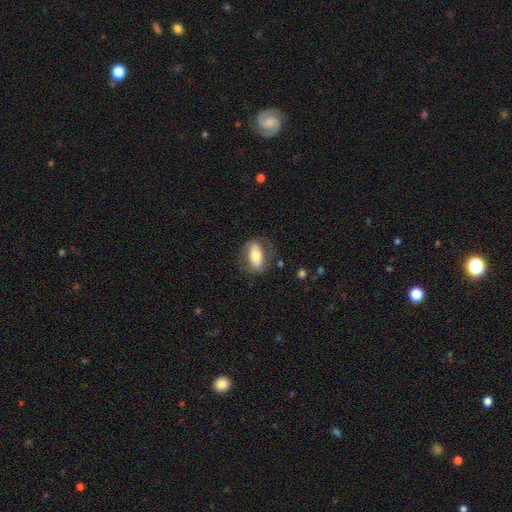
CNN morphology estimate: Smooth or featured? Predicted: smooth (p=0.60). How rounded? Predicted: in between (p=0.88). Merging? Predicted: none (p=0.72).